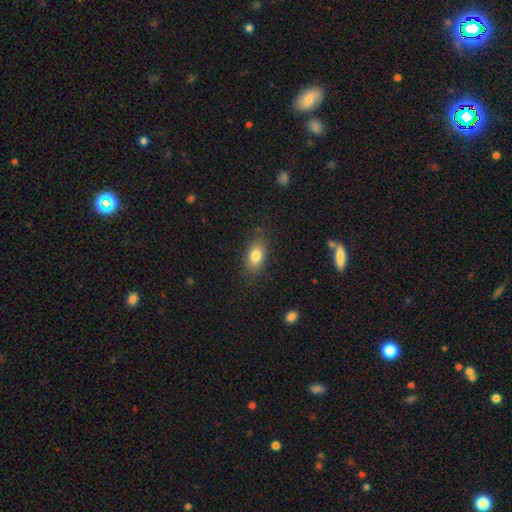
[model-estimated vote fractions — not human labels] Overall: smooth (81%). How rounded: in between (87%). Merging: none (82%).